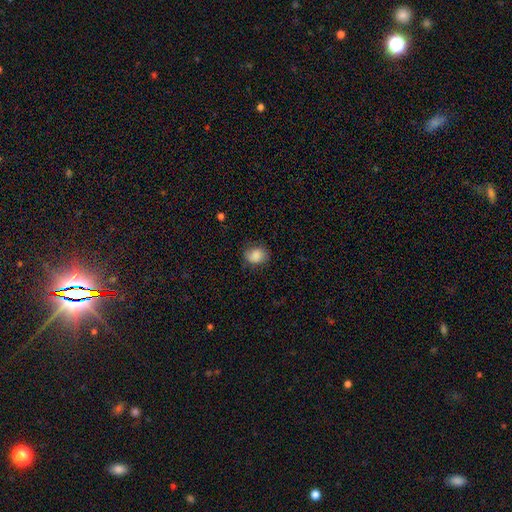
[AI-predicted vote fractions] Overall: smooth (84%). How rounded: round (55%; in between 44%). Merging: none (73%).